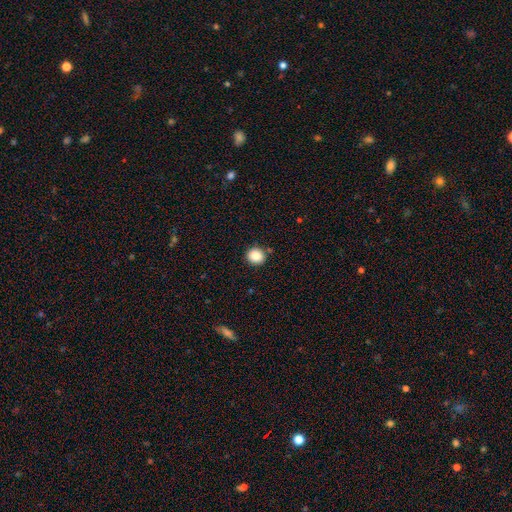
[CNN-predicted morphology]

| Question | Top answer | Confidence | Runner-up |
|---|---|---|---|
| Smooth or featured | smooth | 86% | star or artifact (9%) |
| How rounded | round | 86% | in between (13%) |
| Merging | none | 89% | minor disturbance (7%) |